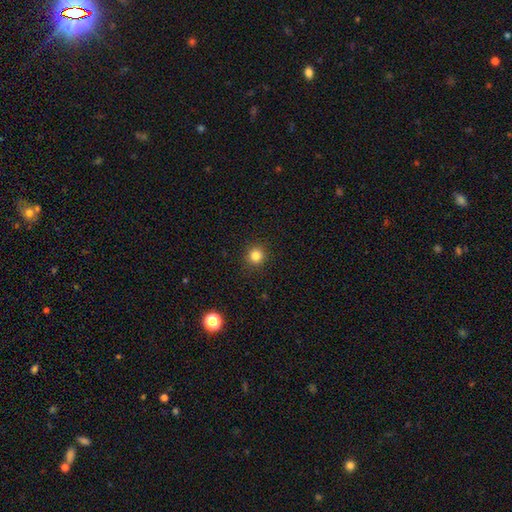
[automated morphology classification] The model was most divided on "smooth or featured": smooth: 83%, star or artifact: 13%, featured or disk: 5%. More confident: how rounded — round (94%); merging — none (91%).